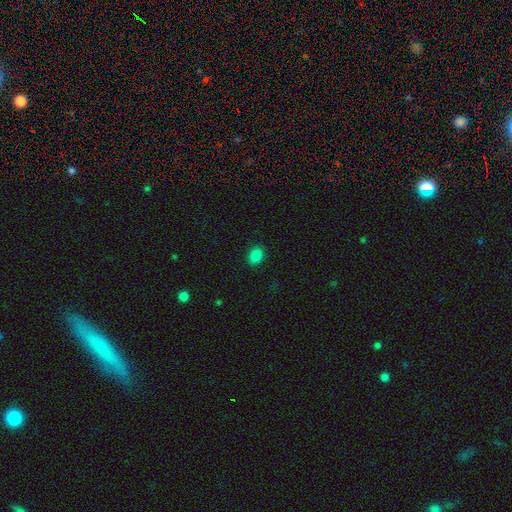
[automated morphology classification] This appears to be a smooth galaxy with no disk features (85%) that is in between round and cigar-shaped (62%). Merging: none (89%).